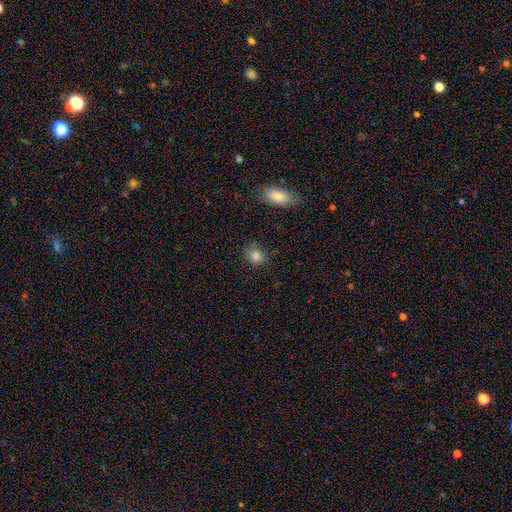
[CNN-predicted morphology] A smooth galaxy with no disk features (84%) that is round (77%). Merging: none (80%).